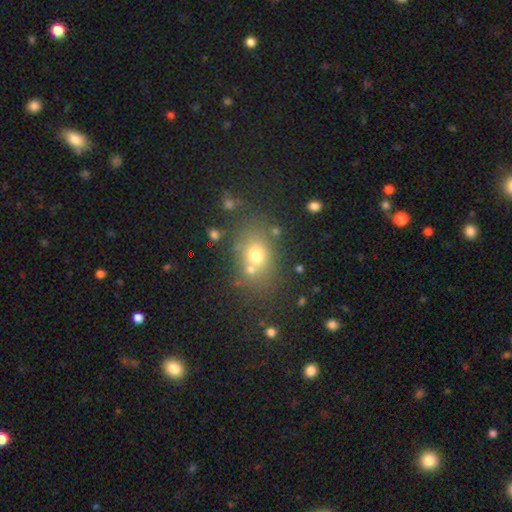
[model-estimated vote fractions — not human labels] This is likely a smooth galaxy (67%). How rounded: possibly in between (57%). Merging: likely none (67%).